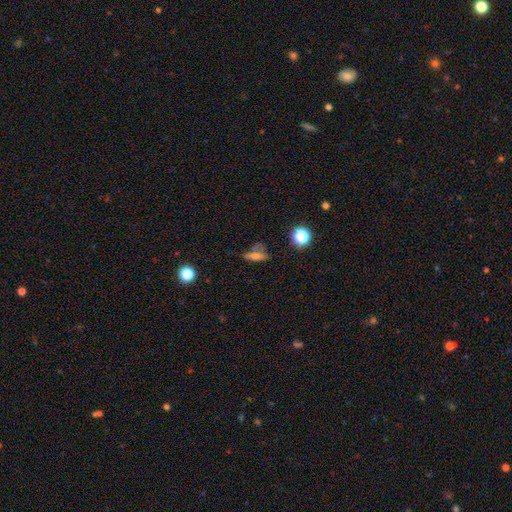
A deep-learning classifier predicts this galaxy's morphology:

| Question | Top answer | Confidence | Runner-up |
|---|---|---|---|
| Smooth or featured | smooth | 57% | star or artifact (23%) |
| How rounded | in between | 43% | cigar-shaped (40%) |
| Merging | none | 50% | minor disturbance (21%) |